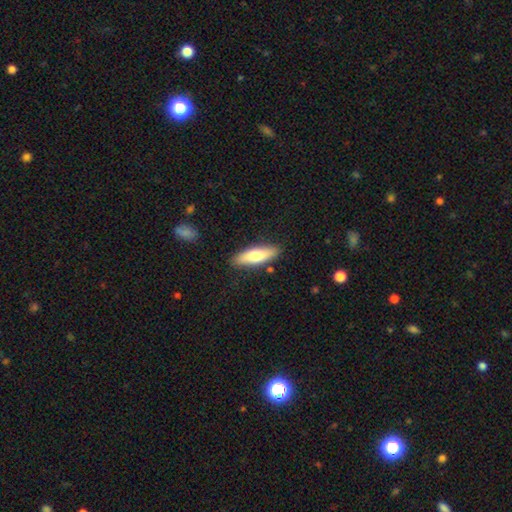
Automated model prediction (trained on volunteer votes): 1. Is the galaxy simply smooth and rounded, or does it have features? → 72% smooth, 22% featured or disk, 6% star or artifact.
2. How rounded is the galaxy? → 56% cigar-shaped, 42% in between, 2% round.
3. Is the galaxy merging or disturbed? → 86% none, 10% minor disturbance, 2% major disturbance, 2% merger.